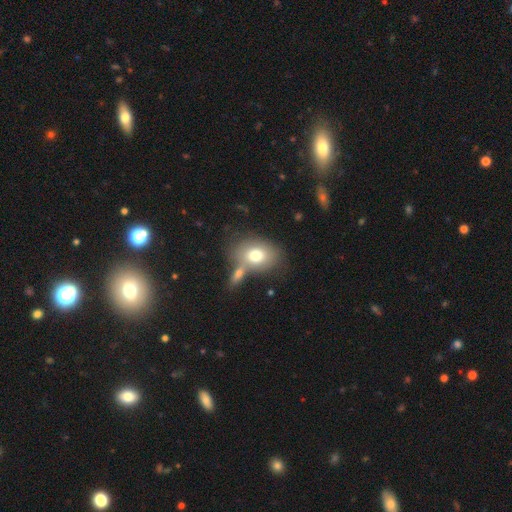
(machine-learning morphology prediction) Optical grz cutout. It shows a smooth galaxy with no disk features (72%) that is in between round and cigar-shaped (62%). Merging: none (50%).